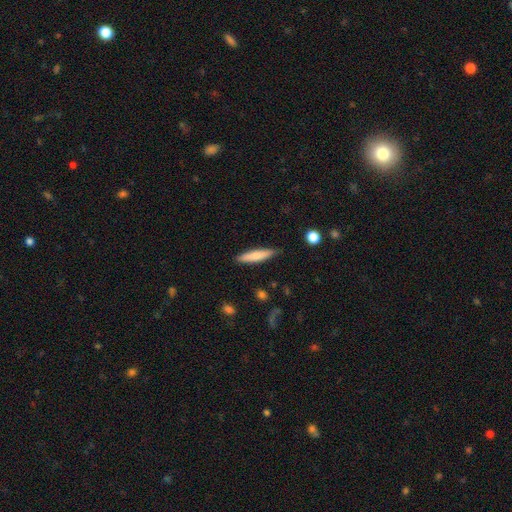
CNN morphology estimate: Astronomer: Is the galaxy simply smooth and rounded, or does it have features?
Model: smooth — 73%.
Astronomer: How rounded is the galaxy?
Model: cigar-shaped — 82%.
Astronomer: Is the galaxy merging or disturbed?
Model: none — 86%.